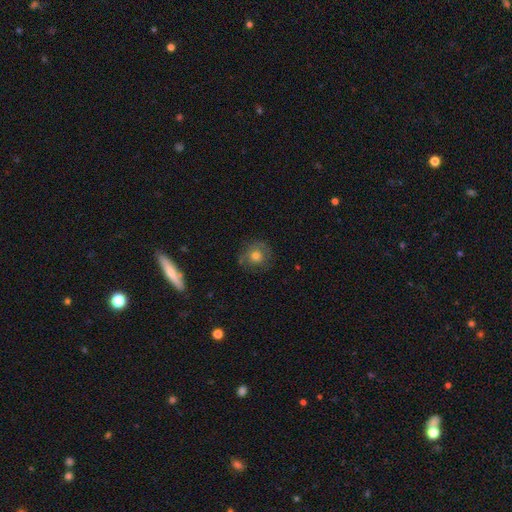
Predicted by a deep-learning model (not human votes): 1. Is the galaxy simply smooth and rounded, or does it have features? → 67% smooth, 22% featured or disk, 11% star or artifact.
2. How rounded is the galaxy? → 91% round, 8% in between, 1% cigar-shaped.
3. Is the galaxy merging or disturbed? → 76% none, 16% minor disturbance, 6% major disturbance, 2% merger.